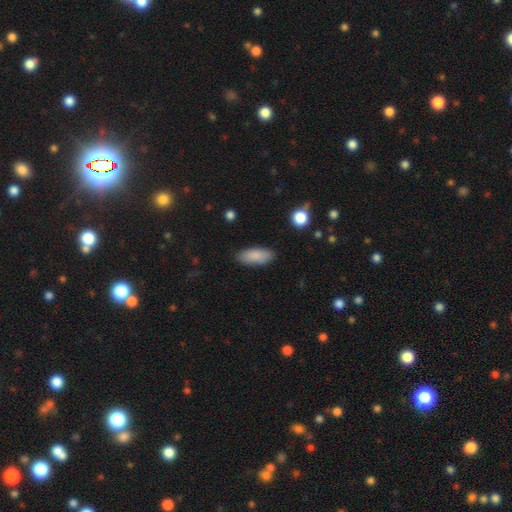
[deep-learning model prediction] A smooth galaxy with no disk features (87%) that is in between round and cigar-shaped (80%). Merging: none (85%).